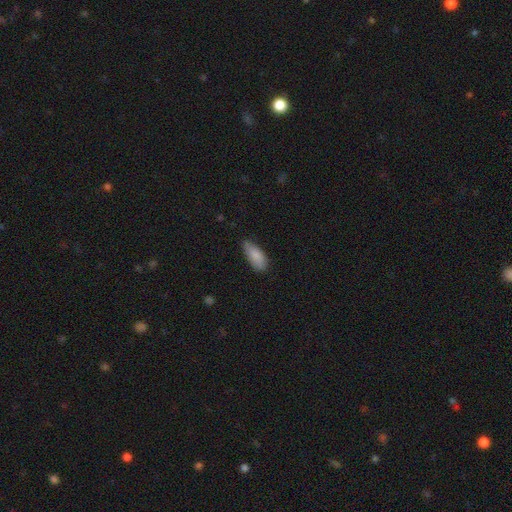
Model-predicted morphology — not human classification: The model was most divided on "merging": none: 57%, minor disturbance: 36%, major disturbance: 6%, merger: 2%. More confident: how rounded — in between (85%); smooth or featured — smooth (85%).